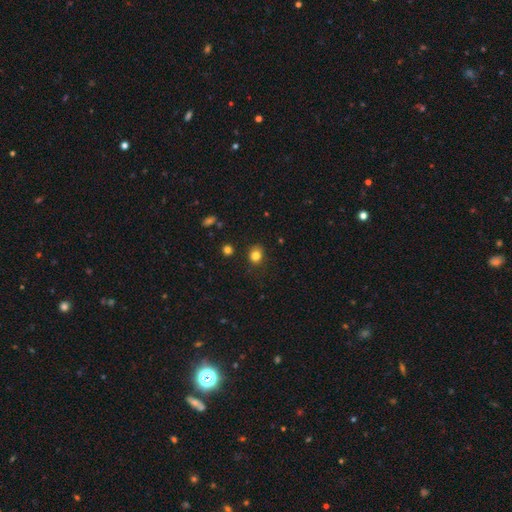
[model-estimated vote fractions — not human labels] Smooth or featured?
  - smooth: 81% *
  - star or artifact: 13%
  - featured or disk: 6%
How rounded?
  - round: 69% *
  - in between: 30%
  - cigar-shaped: 1%
Merging?
  - none: 83% *
  - minor disturbance: 12%
  - major disturbance: 3%
  - merger: 2%